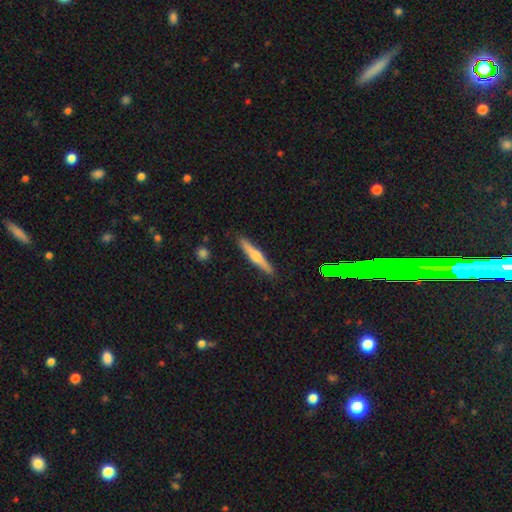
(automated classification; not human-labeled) Overall: featured or disk (57%; smooth 36%). Edge-on disk: yes (97%). Edge-on bulge: rounded (88%). Merging: none (90%).